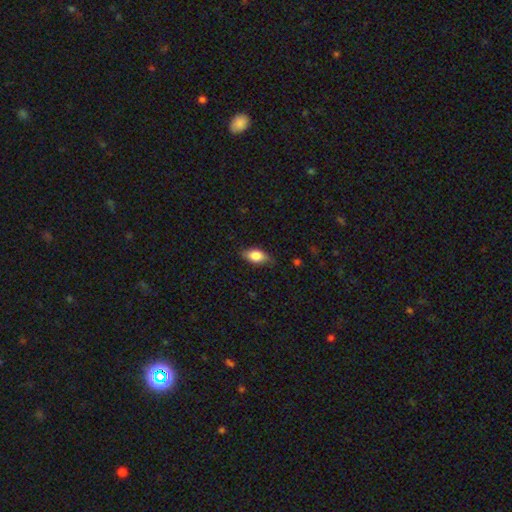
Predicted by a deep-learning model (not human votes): Q: Smooth or featured?
A: smooth (80%); runner-up: featured or disk (13%)
Q: How rounded?
A: in between (88%); runner-up: cigar-shaped (6%)
Q: Merging?
A: none (77%); runner-up: minor disturbance (18%)